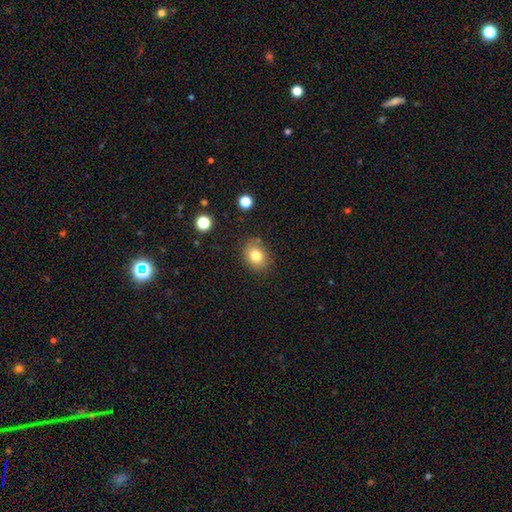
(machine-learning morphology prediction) type=smooth (81%); roundness=round (52%); merging=none (80%).